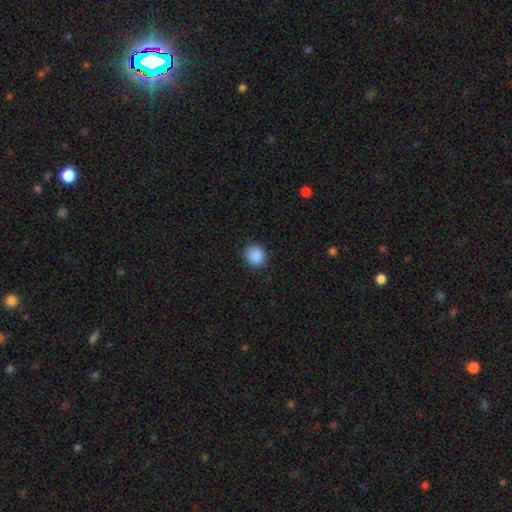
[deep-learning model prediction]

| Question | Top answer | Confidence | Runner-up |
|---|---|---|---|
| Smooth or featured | smooth | 89% | star or artifact (9%) |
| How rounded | round | 89% | in between (10%) |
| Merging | none | 91% | minor disturbance (6%) |